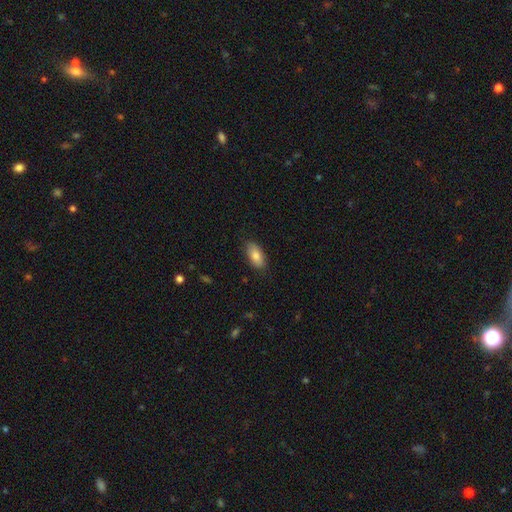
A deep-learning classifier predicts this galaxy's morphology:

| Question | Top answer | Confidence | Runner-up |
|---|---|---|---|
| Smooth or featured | smooth | 82% | featured or disk (11%) |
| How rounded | in between | 90% | cigar-shaped (8%) |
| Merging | none | 85% | minor disturbance (11%) |